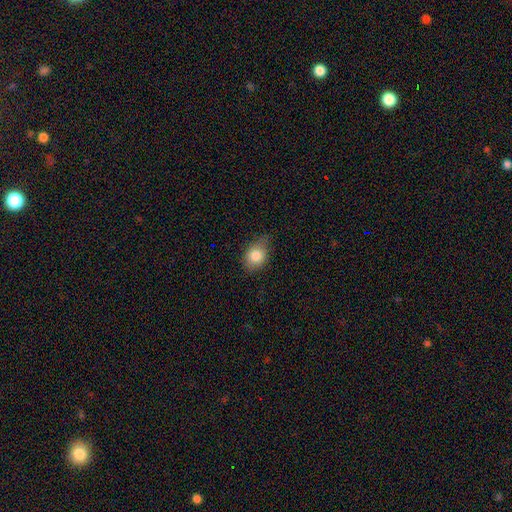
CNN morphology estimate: A smooth galaxy with no disk features (82%) that is in between round and cigar-shaped (61%).

Vote fractions:
- Smooth or featured? smooth: 82% / featured or disk: 9% / star or artifact: 9%
- How rounded? in between: 61% / round: 37% / cigar-shaped: 1%
- Merging? none: 60% / minor disturbance: 32% / major disturbance: 7% / merger: 1%